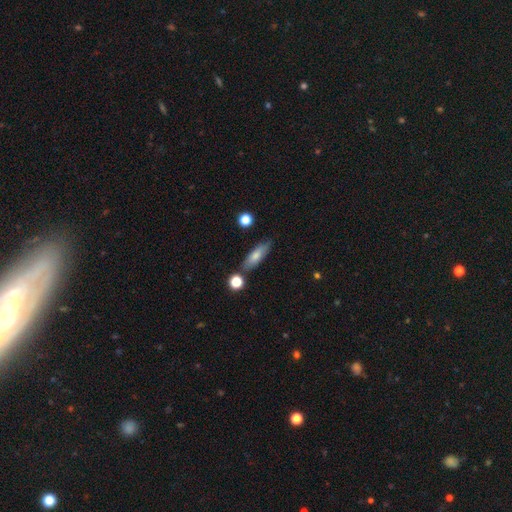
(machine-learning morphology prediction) Overall: smooth (73%). How rounded: in between (53%; cigar-shaped 44%). Merging: none (77%).